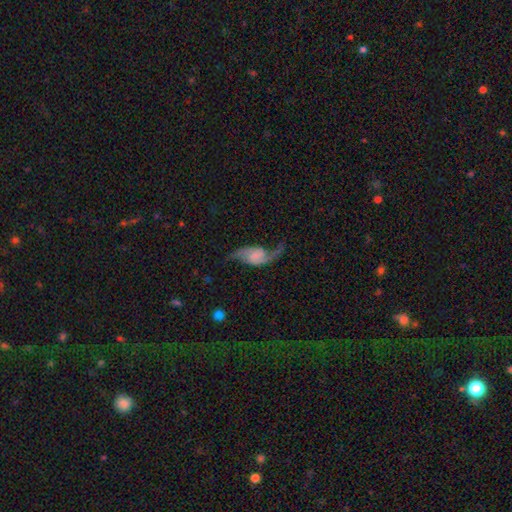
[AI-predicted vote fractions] Smooth or featured? Predicted: featured or disk (p=0.84). Edge-on disk? Predicted: no (p=0.96). Bar? Predicted: no (p=0.55). Spiral arms? Predicted: yes (p=0.96). Spiral winding? Predicted: loose (p=0.84). Spiral arm count? Predicted: 2 (p=0.93). Bulge size? Predicted: none (p=0.55). Merging? Predicted: none (p=0.65).